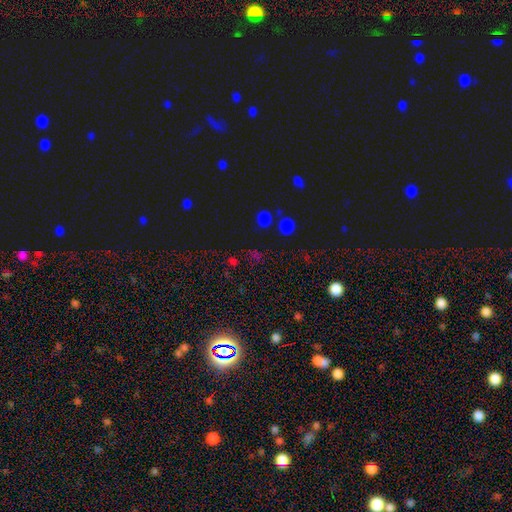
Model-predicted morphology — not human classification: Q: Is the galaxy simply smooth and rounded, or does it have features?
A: star or artifact — 48%.